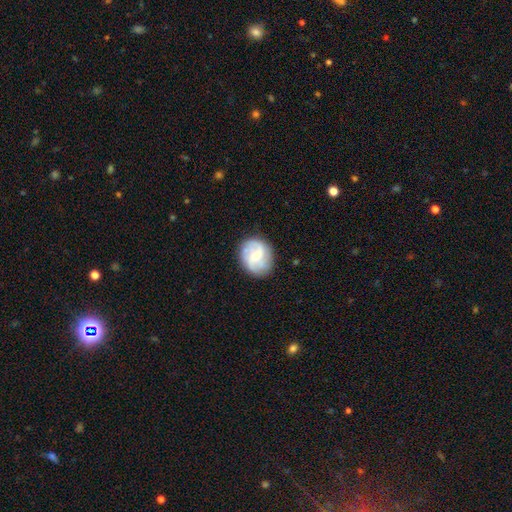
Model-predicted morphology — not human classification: Smooth or featured?
  - featured or disk: 64% *
  - smooth: 29%
  - star or artifact: 7%
Edge-on disk?
  - no: 98% *
  - yes: 2%
Bar?
  - weak: 46% *
  - no: 43%
  - strong: 11%
Spiral arms?
  - yes: 90% *
  - no: 10%
Spiral winding?
  - medium: 42% *
  - loose: 35%
  - tight: 23%
Spiral arm count?
  - 2: 35% *
  - 3: 29%
  - can't tell: 19%
  - 4: 9%
  - 1: 4%
  - more than 4: 4%
Bulge size?
  - small: 59% *
  - moderate: 34%
  - none: 4%
  - large: 2%
  - dominant: 1%
Merging?
  - none: 82% *
  - minor disturbance: 13%
  - major disturbance: 4%
  - merger: 1%